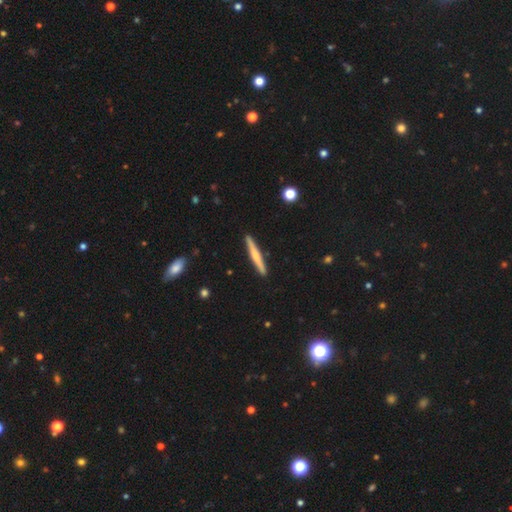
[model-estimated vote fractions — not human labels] featured or disk 49%, smooth 46%, star or artifact 5%. Down the decision tree: merging — none (91%).